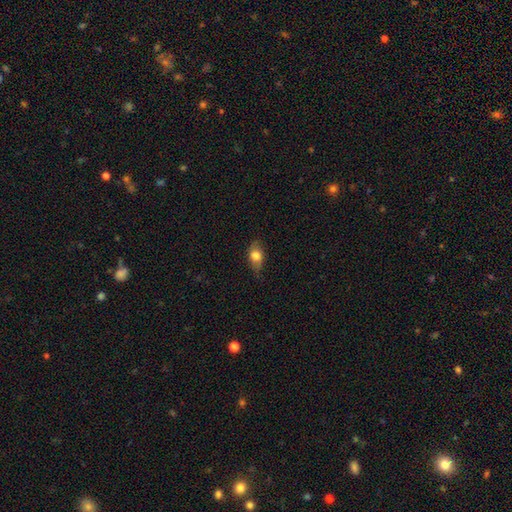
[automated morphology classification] Smooth or featured? smooth (75%)
How rounded? in between (73%)
Merging? none (63%)